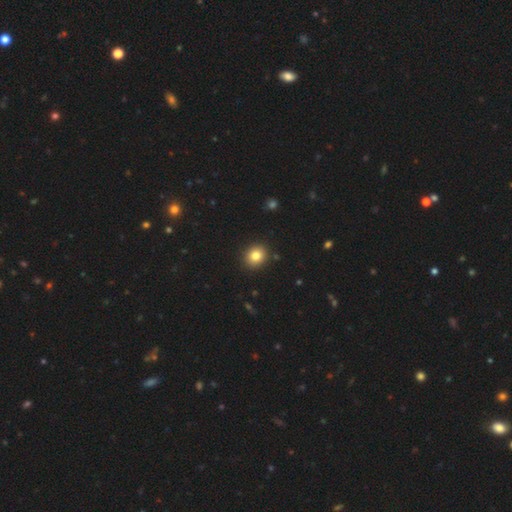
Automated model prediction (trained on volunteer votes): smooth-or-featured: smooth: 82% | star or artifact: 11% | featured or disk: 7%
  how-rounded: round: 74% | in between: 26% | cigar-shaped: 1%
  merging: none: 90% | minor disturbance: 6% | major disturbance: 2% | merger: 1%